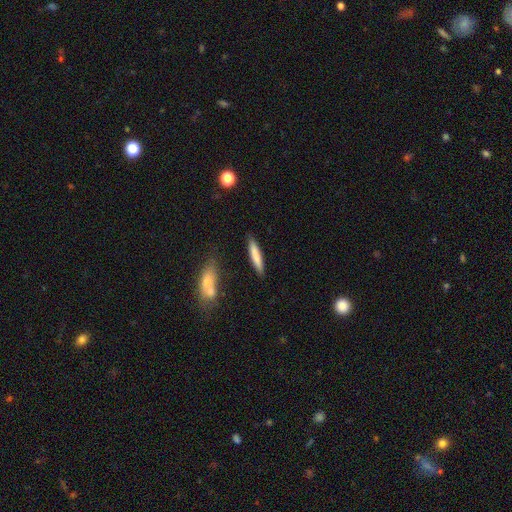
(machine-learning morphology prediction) This is likely a smooth galaxy (78%). How rounded: clearly cigar-shaped (89%). Merging: clearly none (87%).